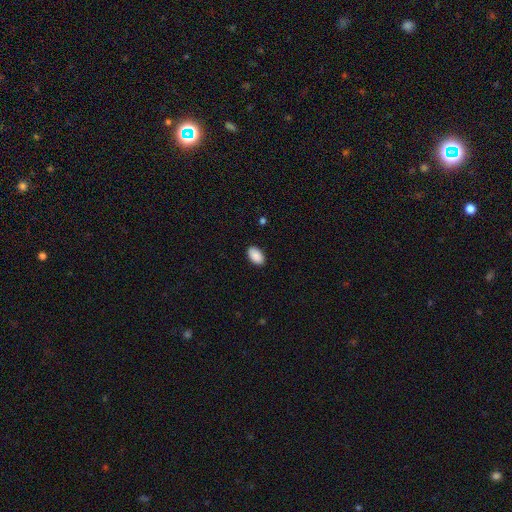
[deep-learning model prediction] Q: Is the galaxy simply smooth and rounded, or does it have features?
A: smooth — 91%.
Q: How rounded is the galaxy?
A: in between — 94%.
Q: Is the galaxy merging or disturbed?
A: none — 89%.